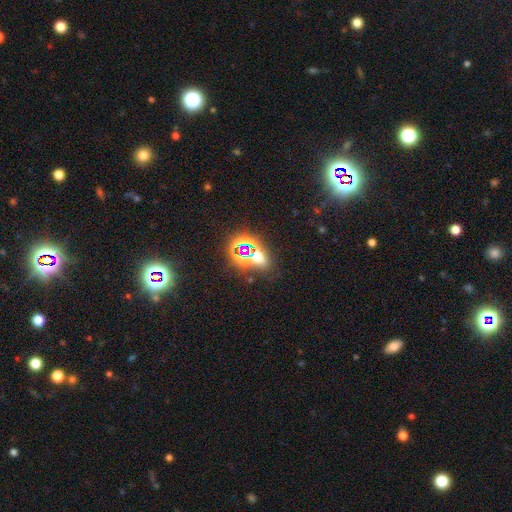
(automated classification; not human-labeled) Q: Smooth or featured?
A: star or artifact (58%); runner-up: smooth (31%)